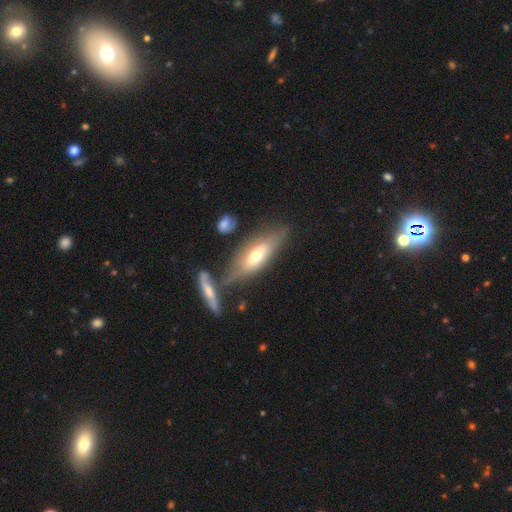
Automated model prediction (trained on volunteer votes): Q: Smooth or featured?
A: smooth (51%); runner-up: featured or disk (42%)
Q: How rounded?
A: in between (54%); runner-up: cigar-shaped (44%)
Q: Merging?
A: none (58%); runner-up: minor disturbance (20%)